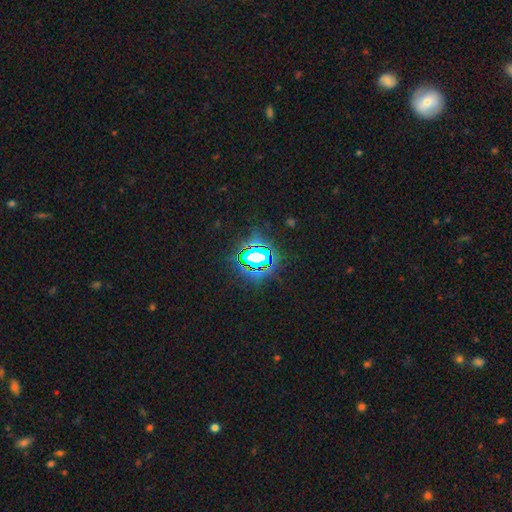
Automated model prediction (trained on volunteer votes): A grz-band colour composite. It shows a star or artifact, not a galaxy (76%).